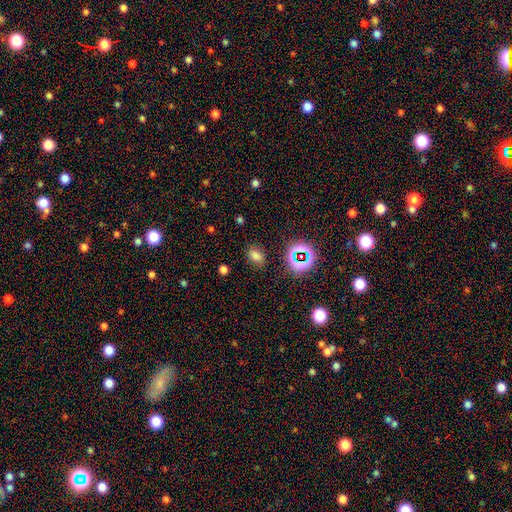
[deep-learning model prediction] Smooth or featured: smooth — 68% (star or artifact — 25%)
How rounded: in between — 76% (round — 22%)
Merging: none — 80% (minor disturbance — 13%)